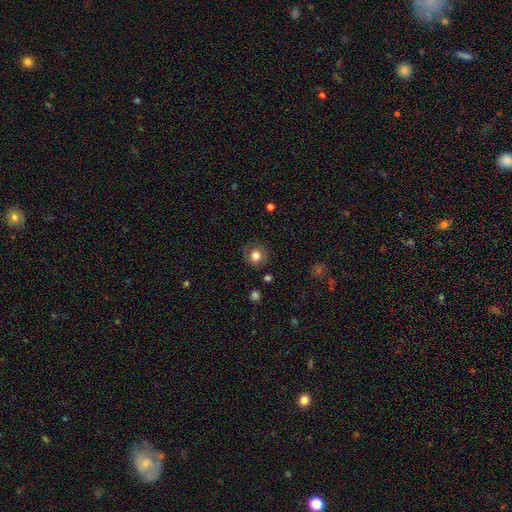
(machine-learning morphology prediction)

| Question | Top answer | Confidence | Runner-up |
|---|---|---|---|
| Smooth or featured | smooth | 76% | featured or disk (15%) |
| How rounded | round | 86% | in between (13%) |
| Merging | none | 84% | minor disturbance (11%) |